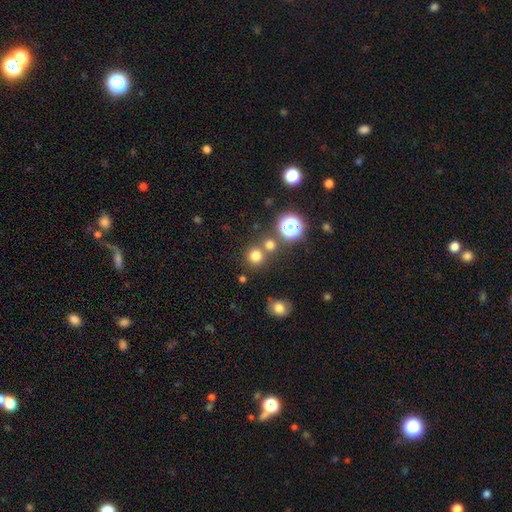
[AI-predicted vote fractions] The model was most divided on "smooth or featured": smooth: 73%, star or artifact: 21%, featured or disk: 7%. More confident: how rounded — round (92%); merging — none (72%).